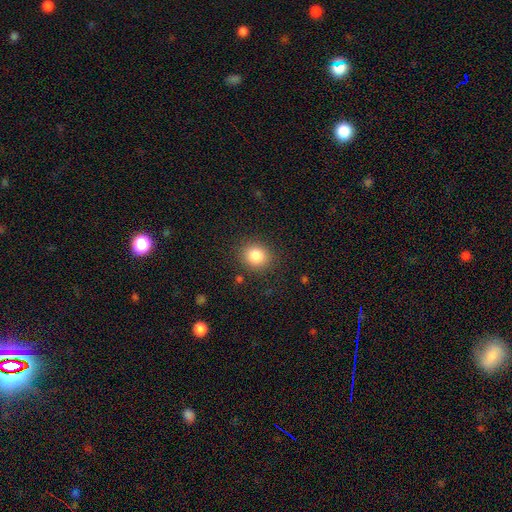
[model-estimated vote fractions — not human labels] Q: Smooth or featured?
A: smooth (83%); runner-up: star or artifact (10%)
Q: How rounded?
A: round (75%); runner-up: in between (24%)
Q: Merging?
A: none (87%); runner-up: minor disturbance (8%)